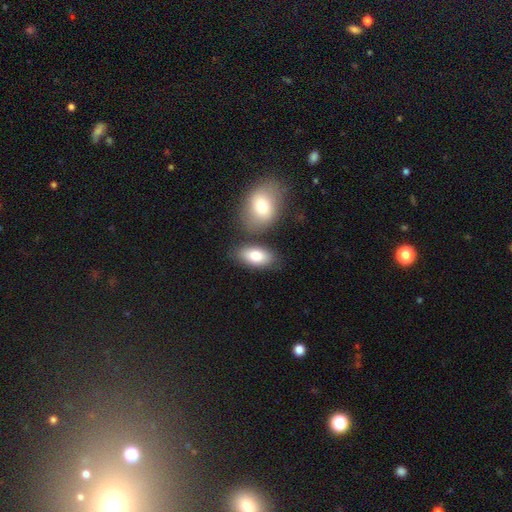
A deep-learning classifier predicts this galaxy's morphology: Q: Smooth or featured?
A: smooth (82%); runner-up: featured or disk (11%)
Q: How rounded?
A: in between (91%); runner-up: round (5%)
Q: Merging?
A: none (69%); runner-up: merger (15%)